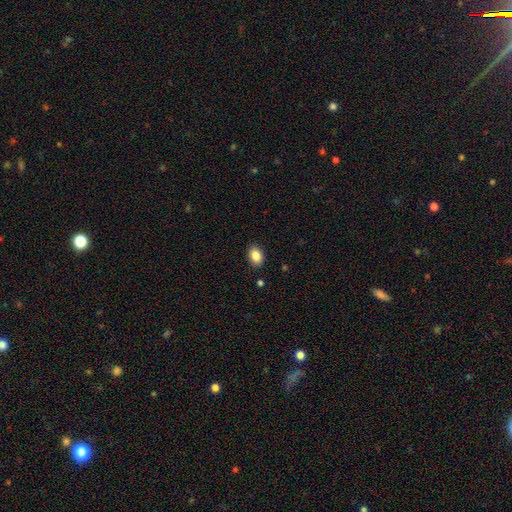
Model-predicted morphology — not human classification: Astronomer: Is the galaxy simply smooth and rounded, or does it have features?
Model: smooth — 87%.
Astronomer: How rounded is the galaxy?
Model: in between — 82%.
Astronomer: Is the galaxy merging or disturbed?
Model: none — 87%.